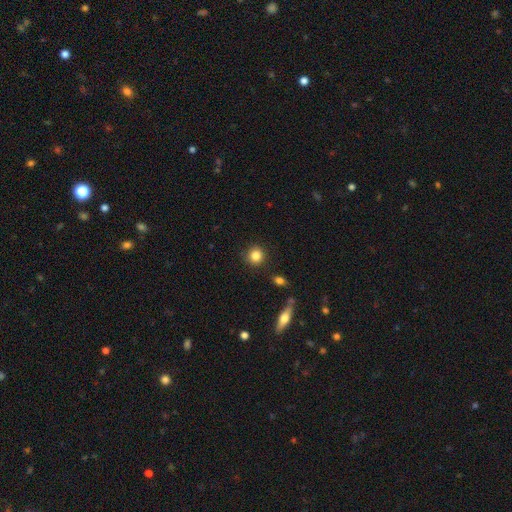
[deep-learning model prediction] This appears to be a smooth galaxy with no disk features (85%) that is round (91%). Merging: none (88%).